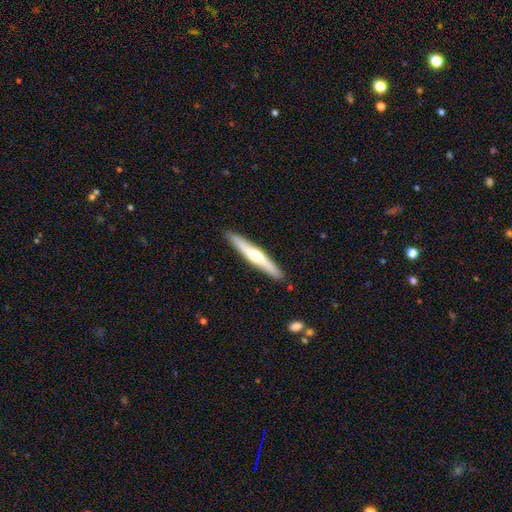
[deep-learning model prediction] Q: Smooth or featured?
A: featured or disk (54%); runner-up: smooth (42%)
Q: Edge-on disk?
A: yes (93%); runner-up: no (7%)
Q: Merging?
A: none (89%); runner-up: minor disturbance (8%)